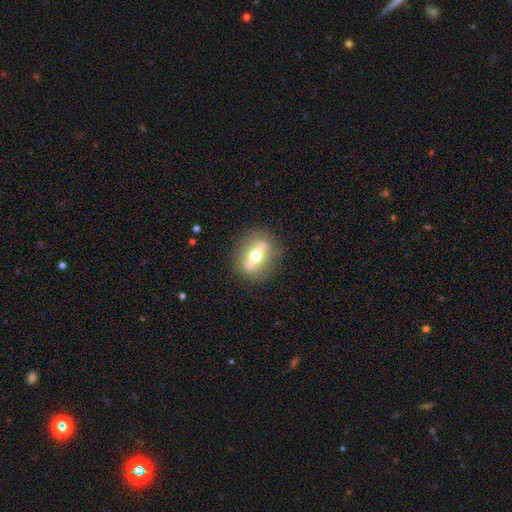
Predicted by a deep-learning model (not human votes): smooth-or-featured: featured or disk: 61% | smooth: 31% | star or artifact: 8%
  disk-edge-on: no: 50% (tied) | yes: 50% (tied)
  merging: none: 83% | minor disturbance: 11% | major disturbance: 5% | merger: 1%